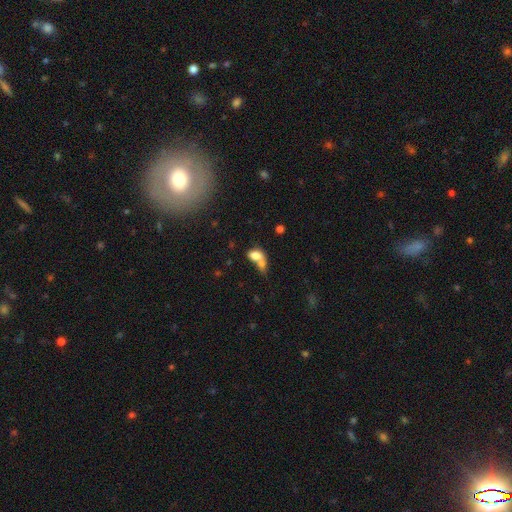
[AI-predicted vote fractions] smooth-or-featured: smooth: 74% | featured or disk: 16% | star or artifact: 10%
  how-rounded: in between: 75% | round: 22% | cigar-shaped: 3%
  merging: merger: 64% | none: 19% | minor disturbance: 9% | major disturbance: 8%